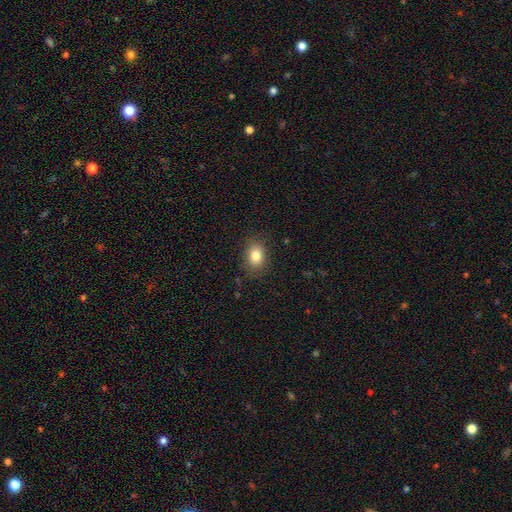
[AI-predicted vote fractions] smooth_or_featured: smooth (p=0.82) [alt: star or artifact p=0.10]
how_rounded: in between (p=0.63) [alt: round p=0.35]
merging: none (p=0.84) [alt: minor disturbance p=0.11]